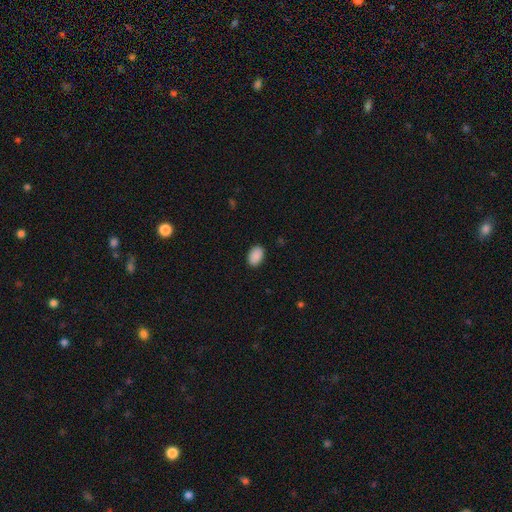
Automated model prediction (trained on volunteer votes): This appears to be a smooth galaxy with no disk features (90%) that is in between round and cigar-shaped (88%). Merging: none (89%).